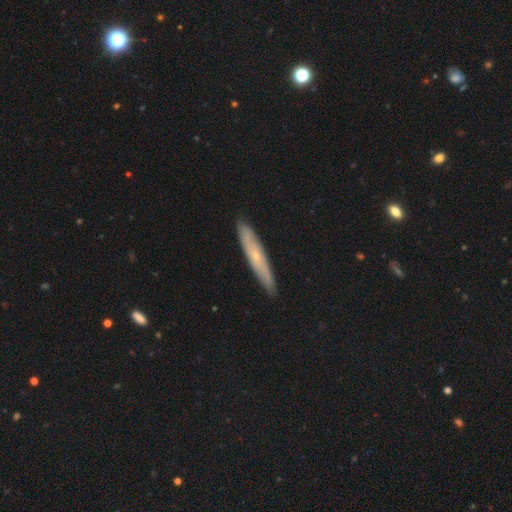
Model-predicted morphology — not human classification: smooth_or_featured: featured or disk (p=0.53) [alt: smooth p=0.40]
disk_edge_on: yes (p=0.74) [alt: no p=0.26]
merging: none (p=0.88) [alt: minor disturbance p=0.09]